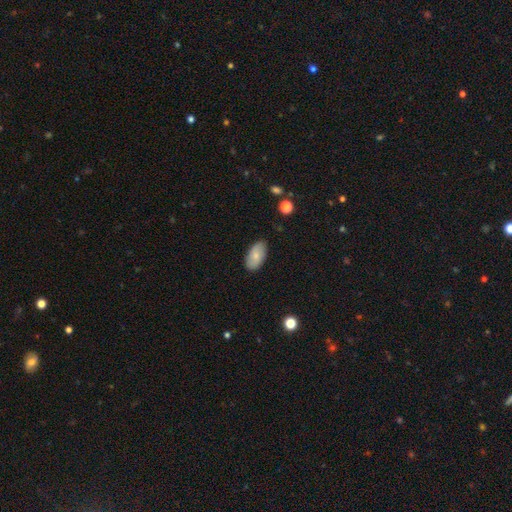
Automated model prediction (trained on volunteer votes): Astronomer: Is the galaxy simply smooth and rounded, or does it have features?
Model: smooth — 76%.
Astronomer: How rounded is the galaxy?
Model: in between — 94%.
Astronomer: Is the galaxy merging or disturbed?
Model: none — 84%.